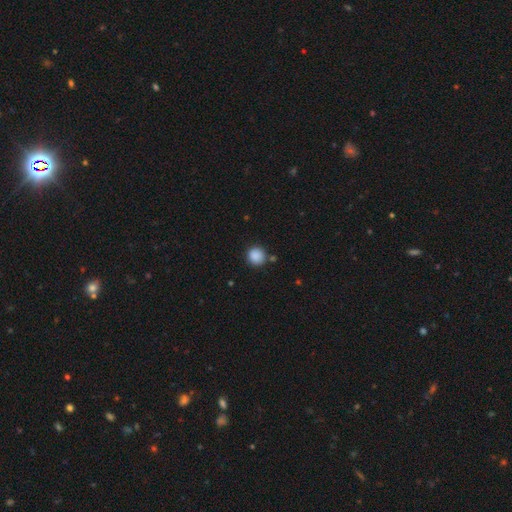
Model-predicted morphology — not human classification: A smooth galaxy with no disk features (88%) that is round (92%).

Vote fractions:
- Smooth or featured? smooth: 88% / star or artifact: 9% / featured or disk: 3%
- How rounded? round: 92% / in between: 7% / cigar-shaped: 1%
- Merging? none: 83% / minor disturbance: 9% / merger: 5% / major disturbance: 3%